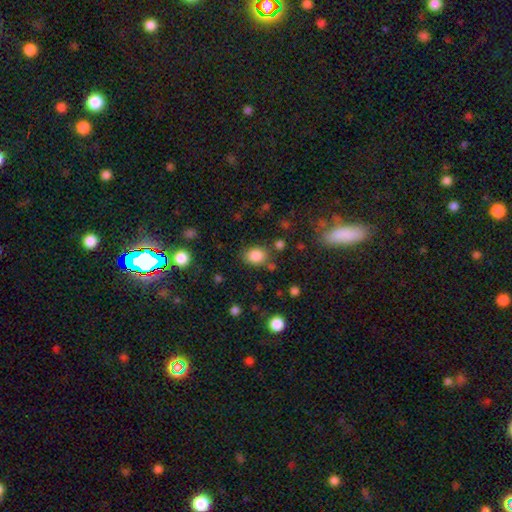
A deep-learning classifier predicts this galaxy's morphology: Overall: smooth (85%). How rounded: in between (54%; round 45%). Merging: none (78%).